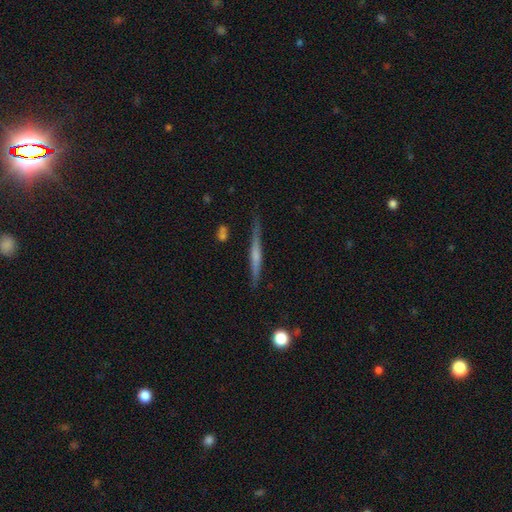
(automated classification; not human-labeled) Smooth or featured? Predicted: featured or disk (p=0.59). Edge-on disk? Predicted: yes (p=0.97). Edge-on bulge? Predicted: none (p=0.46). Merging? Predicted: none (p=0.82).